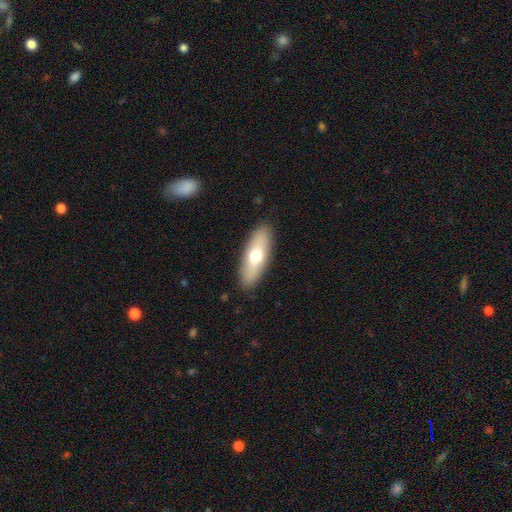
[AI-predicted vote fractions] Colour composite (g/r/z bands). It shows a smooth galaxy with no disk features (65%) that is in between round and cigar-shaped (63%). Merging: none (88%).